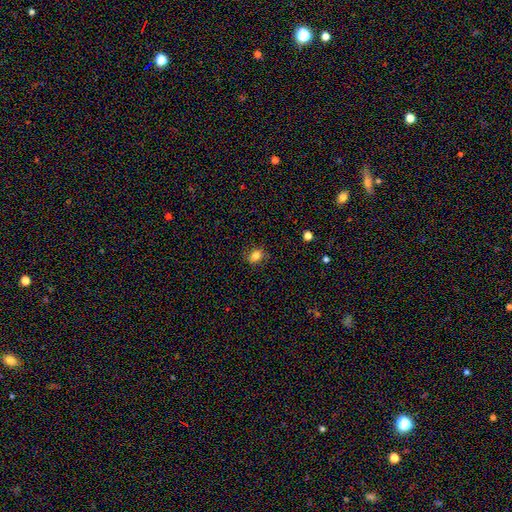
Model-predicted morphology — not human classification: This appears to be a smooth galaxy with no disk features (81%) that is in between round and cigar-shaped (54%). Merging: none (83%).